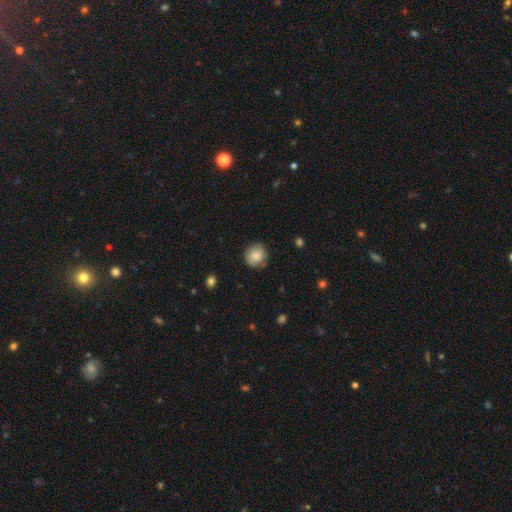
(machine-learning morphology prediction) Smooth or featured: smooth — 83% (featured or disk — 9%)
How rounded: round — 88% (in between — 11%)
Merging: none — 81% (minor disturbance — 15%)